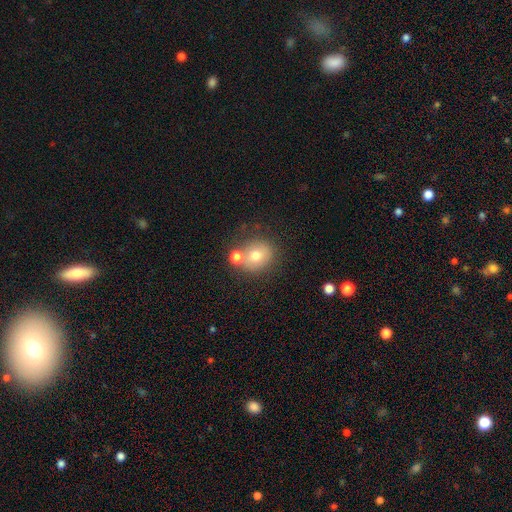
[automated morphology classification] Overall: smooth (72%). How rounded: round (79%). Merging: none (59%; merger 25%).